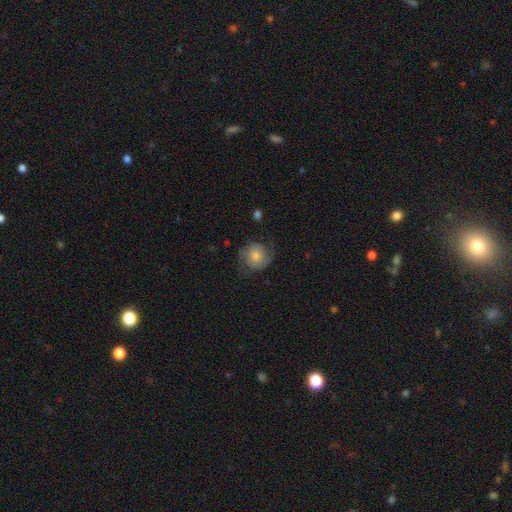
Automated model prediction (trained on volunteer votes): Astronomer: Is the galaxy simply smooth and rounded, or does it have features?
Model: featured or disk — 57% (runner-up: smooth, 34%).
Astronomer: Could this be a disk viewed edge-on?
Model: no — 98%.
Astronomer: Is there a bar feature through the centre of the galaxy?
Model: no — 77%.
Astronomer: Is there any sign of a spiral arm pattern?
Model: yes — 91%.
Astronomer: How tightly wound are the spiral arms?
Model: medium — 43% (runner-up: loose, 31%).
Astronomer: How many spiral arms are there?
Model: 2 — 88%.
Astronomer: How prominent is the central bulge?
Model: moderate — 45% (runner-up: small, 31%).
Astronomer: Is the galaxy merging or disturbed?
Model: none — 70%.